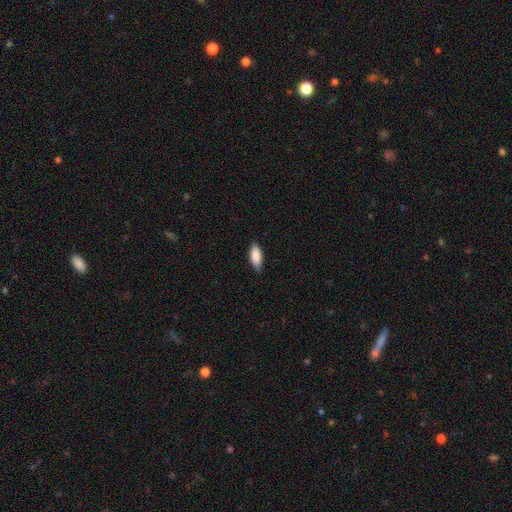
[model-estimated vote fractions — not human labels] The model was most divided on "how rounded": in between: 77%, cigar-shaped: 21%, round: 2%. More confident: smooth or featured — smooth (87%); merging — none (79%).